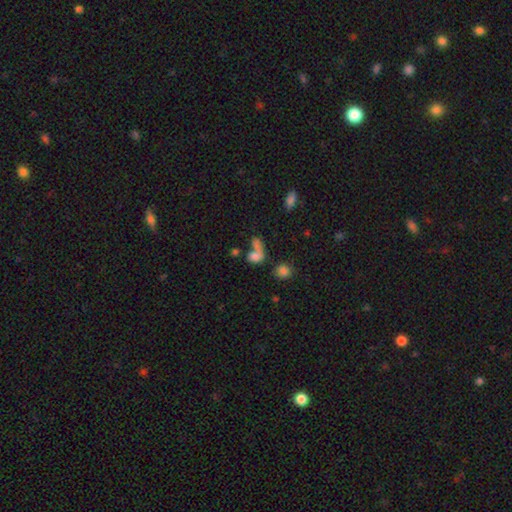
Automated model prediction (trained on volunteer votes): smooth_or_featured: smooth (p=0.70) [alt: star or artifact p=0.15]
how_rounded: in between (p=0.64) [alt: round p=0.31]
merging: merger (p=0.47) [alt: none p=0.30]